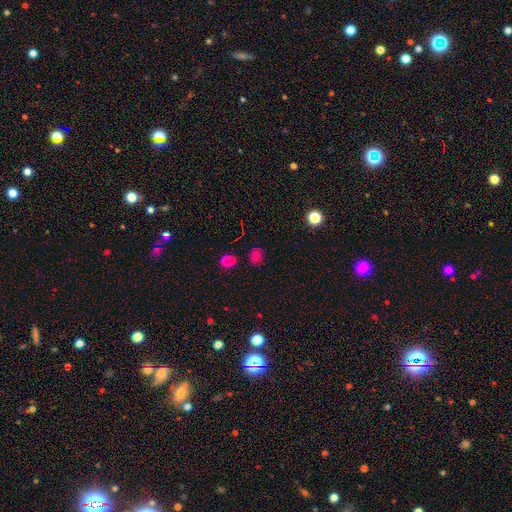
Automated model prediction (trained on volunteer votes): Smooth or featured: smooth — 66% (star or artifact — 26%)
How rounded: round — 66% (in between — 32%)
Merging: none — 68% (minor disturbance — 14%)